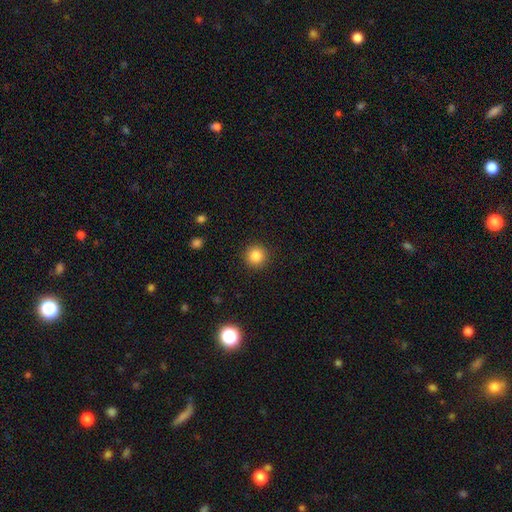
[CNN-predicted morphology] smooth_or_featured: smooth (p=0.85) [alt: star or artifact p=0.11]
how_rounded: round (p=0.95) [alt: in between p=0.04]
merging: none (p=0.92) [alt: minor disturbance p=0.05]